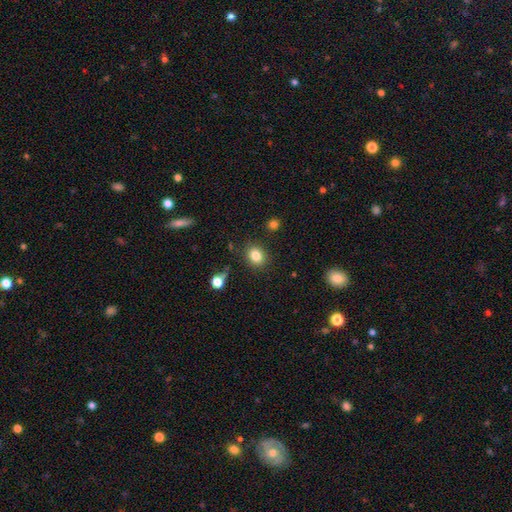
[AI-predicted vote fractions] smooth-or-featured: smooth: 83% | star or artifact: 11% | featured or disk: 6%
  how-rounded: round: 63% | in between: 36% | cigar-shaped: 1%
  merging: none: 85% | minor disturbance: 9% | major disturbance: 3% | merger: 3%